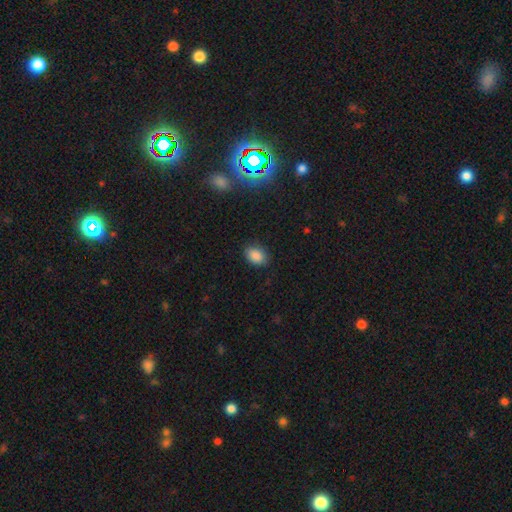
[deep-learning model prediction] A smooth galaxy with no disk features (88%) that is in between round and cigar-shaped (77%). Merging: none (84%).